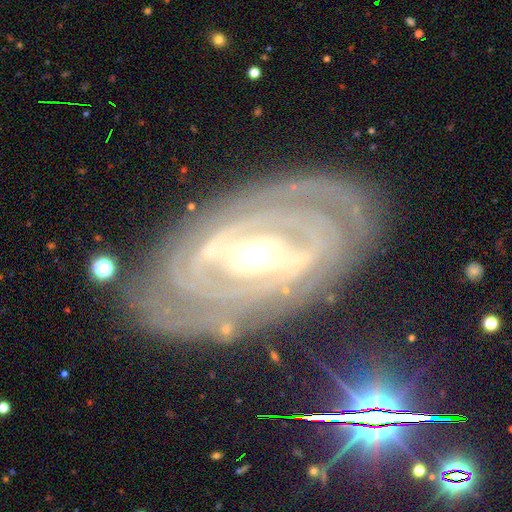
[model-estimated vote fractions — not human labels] smooth_or_featured: featured or disk (p=0.89) [alt: smooth p=0.06]
disk_edge_on: no (p=0.94) [alt: yes p=0.06]
bar: strong (p=0.37) [alt: weak p=0.33]
has_spiral_arms: yes (p=0.94) [alt: no p=0.06]
spiral_winding: tight (p=0.78) [alt: medium p=0.18]
spiral_arm_count: 2 (p=0.31) [alt: can't tell p=0.29]
bulge_size: moderate (p=0.70) [alt: small p=0.19]
merging: none (p=0.81) [alt: minor disturbance p=0.13]